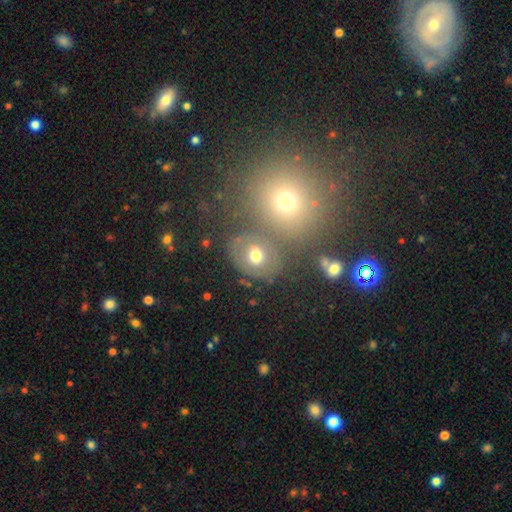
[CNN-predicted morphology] This appears to be a smooth galaxy with no disk features (61%) that is round (59%). Merging: none (48%).